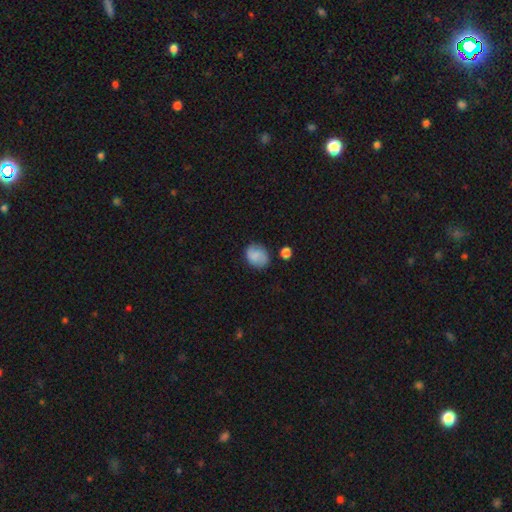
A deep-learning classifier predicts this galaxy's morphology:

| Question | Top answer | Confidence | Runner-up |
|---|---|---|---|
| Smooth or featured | smooth | 78% | featured or disk (13%) |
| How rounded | round | 54% | in between (45%) |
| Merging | none | 74% | minor disturbance (18%) |